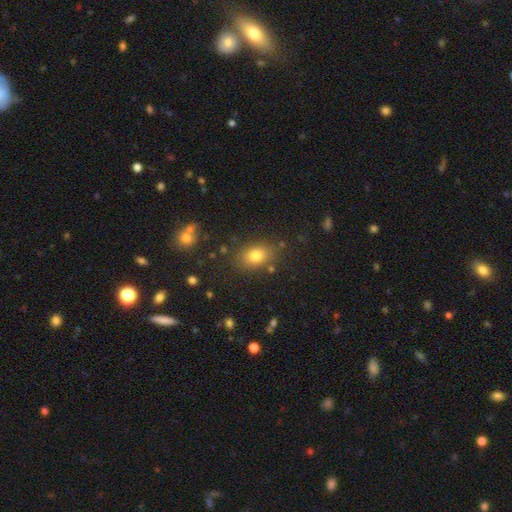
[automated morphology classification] A smooth galaxy with no disk features (78%) that is in between round and cigar-shaped (72%). Merging: none (82%).